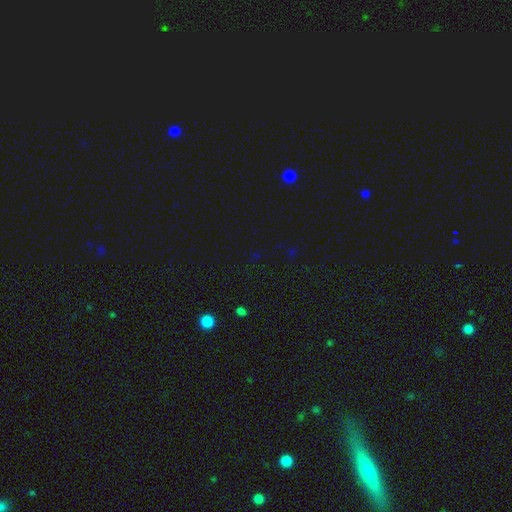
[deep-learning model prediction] This appears to be a star or artifact, not a galaxy (72%).